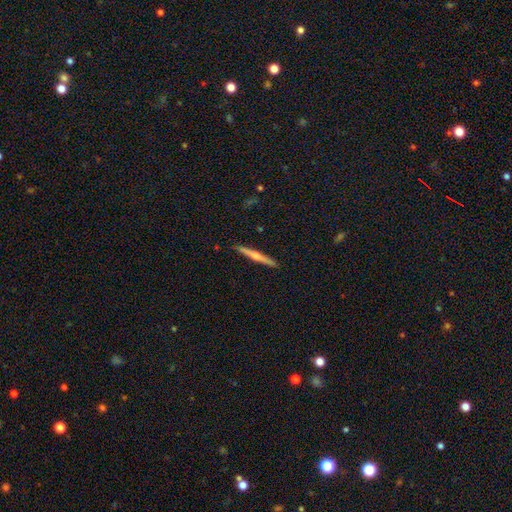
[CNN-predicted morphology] A featured or disk galaxy (58%) viewed edge-on (98%) with a rounded central bulge (77%). Merging: none (91%).